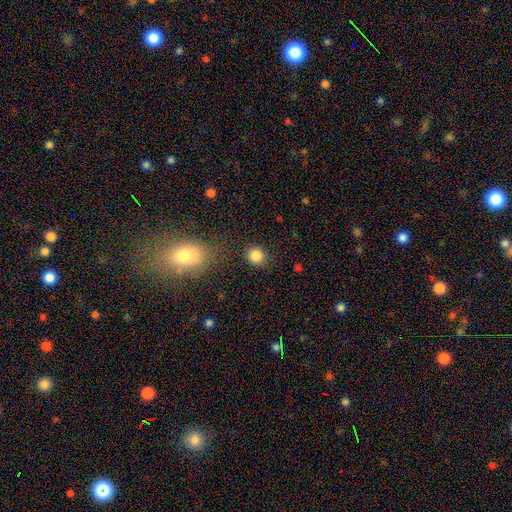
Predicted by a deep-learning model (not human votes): A smooth galaxy with no disk features (85%) that is round (86%).

Vote fractions:
- Smooth or featured? smooth: 85% / star or artifact: 10% / featured or disk: 4%
- How rounded? round: 86% / in between: 13% / cigar-shaped: 1%
- Merging? none: 85% / minor disturbance: 8% / merger: 4% / major disturbance: 4%